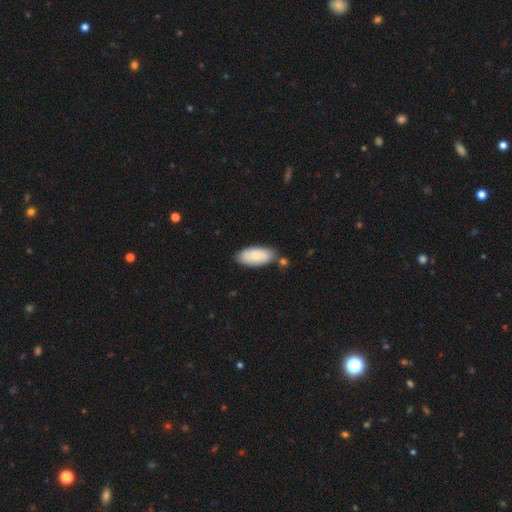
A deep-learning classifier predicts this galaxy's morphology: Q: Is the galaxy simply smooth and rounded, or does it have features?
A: smooth — 74%.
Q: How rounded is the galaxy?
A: in between — 90%.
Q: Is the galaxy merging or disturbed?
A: none — 70%.